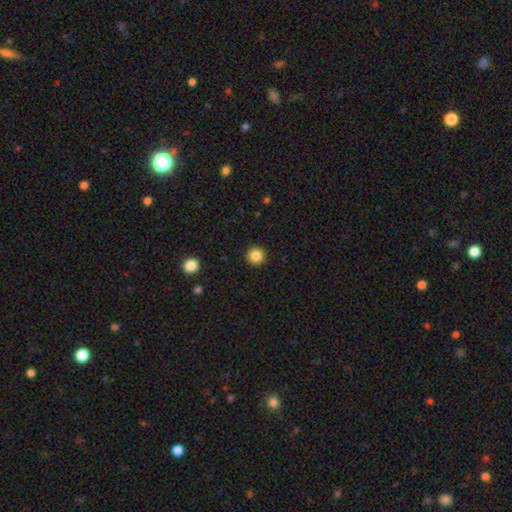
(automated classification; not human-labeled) This is clearly a smooth galaxy (86%). How rounded: clearly round (96%). Merging: clearly none (93%).